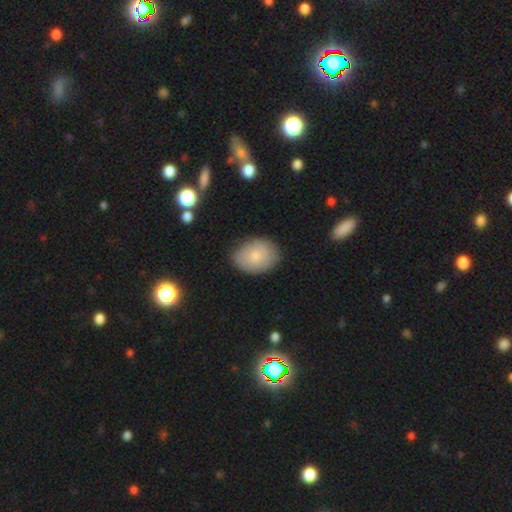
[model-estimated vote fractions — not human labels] A smooth galaxy with no disk features (74%) that is in between round and cigar-shaped (73%). Merging: none (80%).